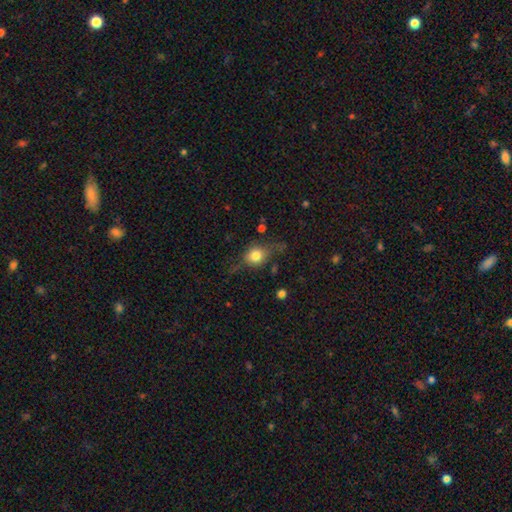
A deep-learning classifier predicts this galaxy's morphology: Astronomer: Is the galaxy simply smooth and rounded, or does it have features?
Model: smooth — 66%.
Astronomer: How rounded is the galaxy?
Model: round — 63%.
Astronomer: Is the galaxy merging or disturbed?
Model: none — 57%.